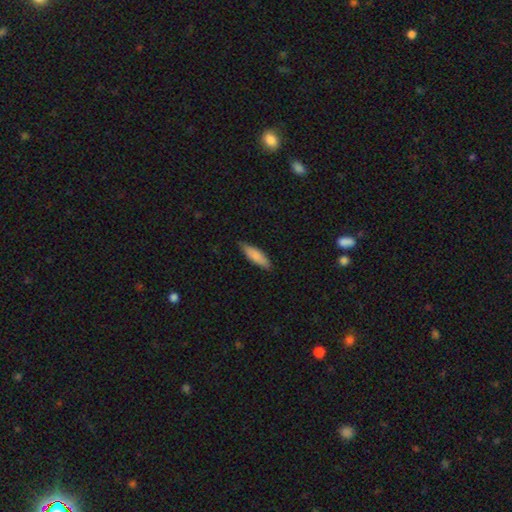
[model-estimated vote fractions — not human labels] Q: Smooth or featured?
A: smooth (86%); runner-up: featured or disk (9%)
Q: How rounded?
A: cigar-shaped (57%); runner-up: in between (42%)
Q: Merging?
A: none (83%); runner-up: minor disturbance (14%)